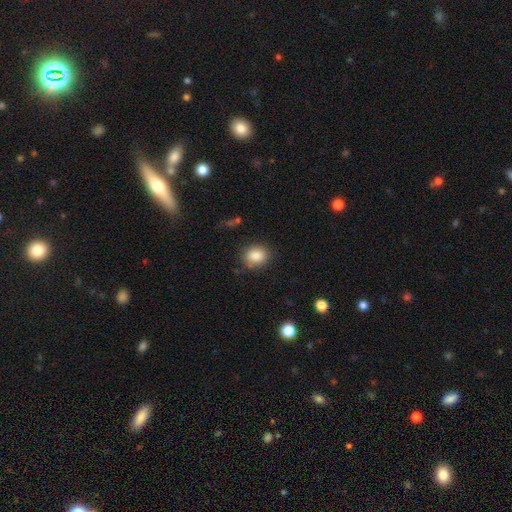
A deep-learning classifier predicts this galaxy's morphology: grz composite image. It shows a smooth galaxy with no disk features (86%) that is round (67%). Merging: none (82%).